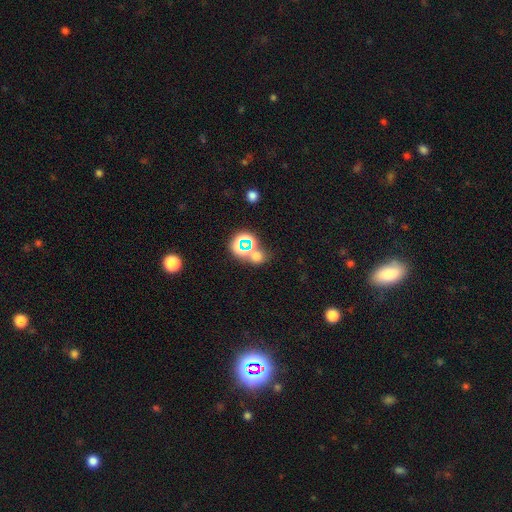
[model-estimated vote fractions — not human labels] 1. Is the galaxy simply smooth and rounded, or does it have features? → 49% smooth, 43% star or artifact, 9% featured or disk.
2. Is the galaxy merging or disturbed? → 56% none, 30% merger, 9% minor disturbance, 6% major disturbance.